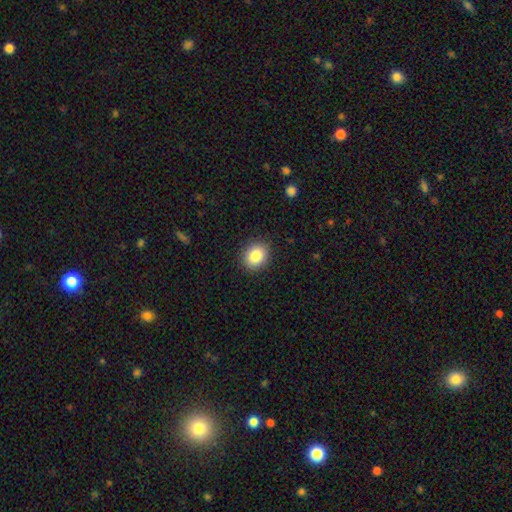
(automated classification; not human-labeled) Smooth or featured?
  - smooth: 85% *
  - star or artifact: 9%
  - featured or disk: 6%
How rounded?
  - round: 64% *
  - in between: 36%
  - cigar-shaped: 1%
Merging?
  - none: 90% *
  - minor disturbance: 7%
  - major disturbance: 2%
  - merger: 1%